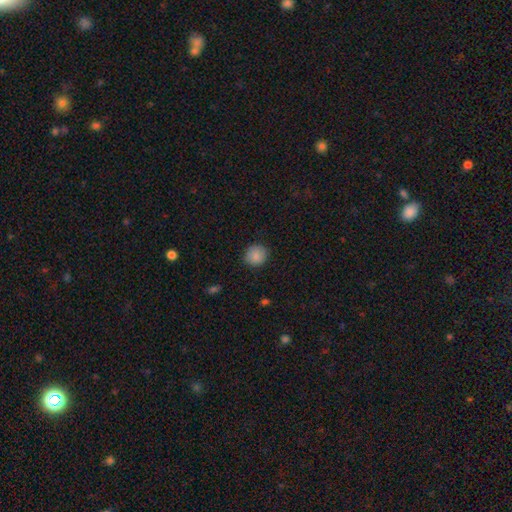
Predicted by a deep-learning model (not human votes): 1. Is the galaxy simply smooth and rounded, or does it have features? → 87% smooth, 9% star or artifact, 4% featured or disk.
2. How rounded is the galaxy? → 87% round, 12% in between, 1% cigar-shaped.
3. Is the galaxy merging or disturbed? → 86% none, 11% minor disturbance, 2% major disturbance, 1% merger.